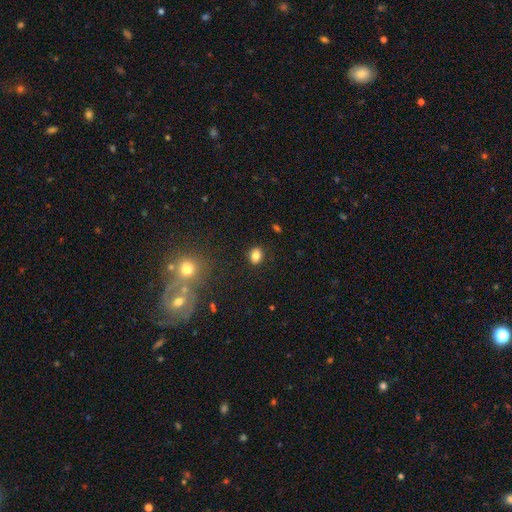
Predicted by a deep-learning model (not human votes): A smooth galaxy with no disk features (83%) that is round (50%). Merging: none (87%).